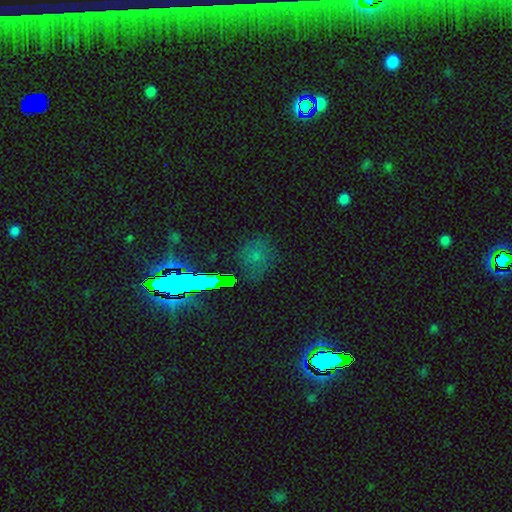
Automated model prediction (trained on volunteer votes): The model was most divided on "smooth or featured": smooth: 47%, star or artifact: 40%, featured or disk: 13%. More confident: merging — none (73%).